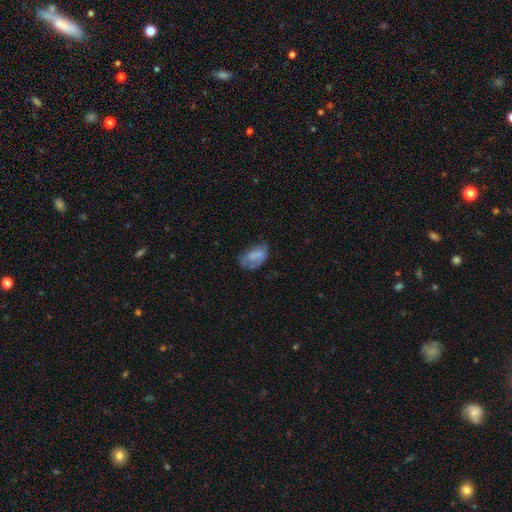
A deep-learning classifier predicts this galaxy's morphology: A smooth galaxy with no disk features (64%) that is in between round and cigar-shaped (88%). Merging: none (38%).